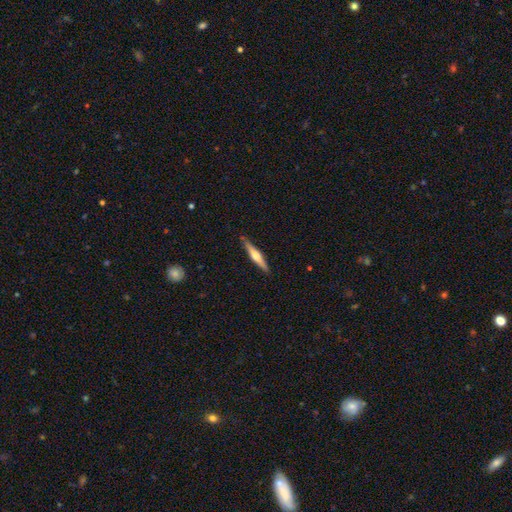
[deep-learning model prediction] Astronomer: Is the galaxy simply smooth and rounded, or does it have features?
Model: featured or disk — 62%.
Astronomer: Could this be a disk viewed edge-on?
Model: yes — 97%.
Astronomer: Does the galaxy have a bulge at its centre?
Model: rounded — 87%.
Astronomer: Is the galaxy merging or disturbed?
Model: none — 88%.